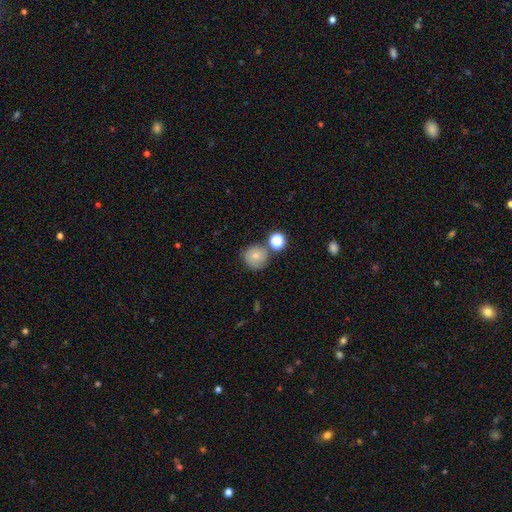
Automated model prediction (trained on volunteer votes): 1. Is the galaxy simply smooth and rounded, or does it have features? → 72% smooth, 16% featured or disk, 13% star or artifact.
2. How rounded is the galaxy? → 90% round, 9% in between, 1% cigar-shaped.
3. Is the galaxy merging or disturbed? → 64% none, 16% merger, 15% minor disturbance, 5% major disturbance.